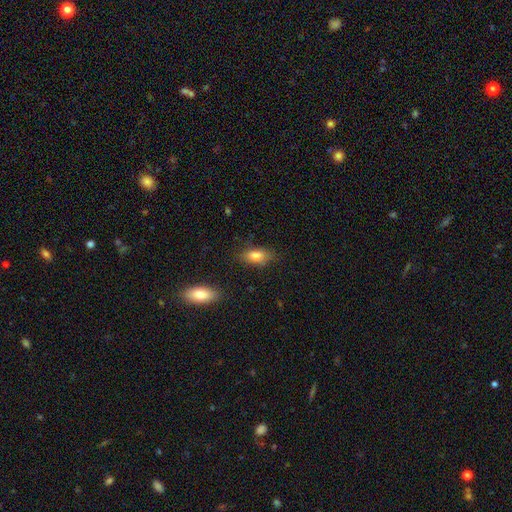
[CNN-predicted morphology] A smooth galaxy with no disk features (80%) that is in between round and cigar-shaped (85%). Merging: none (77%).